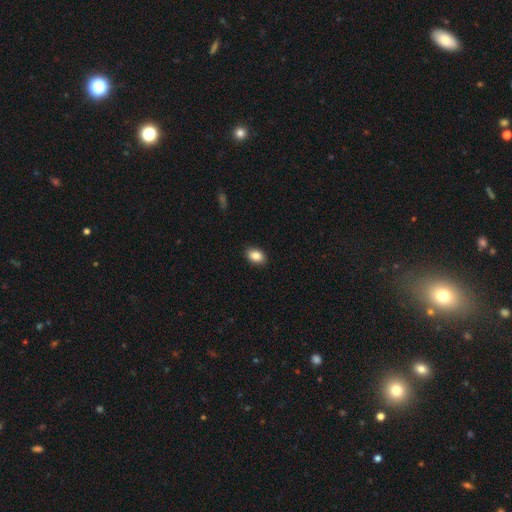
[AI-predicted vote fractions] Smooth or featured? smooth (87%)
How rounded? in between (82%)
Merging? none (90%)